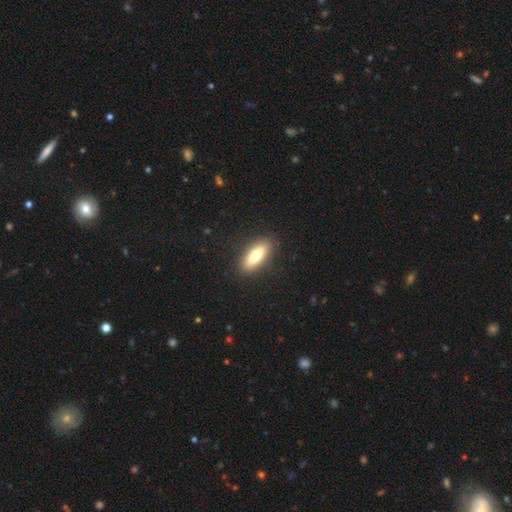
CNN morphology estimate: A smooth galaxy with no disk features (69%) that is in between round and cigar-shaped (66%). Merging: none (89%).